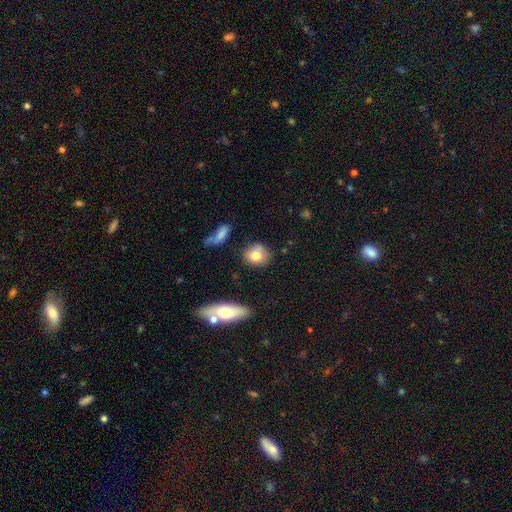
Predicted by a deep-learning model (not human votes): Q: Smooth or featured?
A: smooth (77%); runner-up: featured or disk (15%)
Q: How rounded?
A: round (73%); runner-up: in between (24%)
Q: Merging?
A: none (76%); runner-up: minor disturbance (15%)